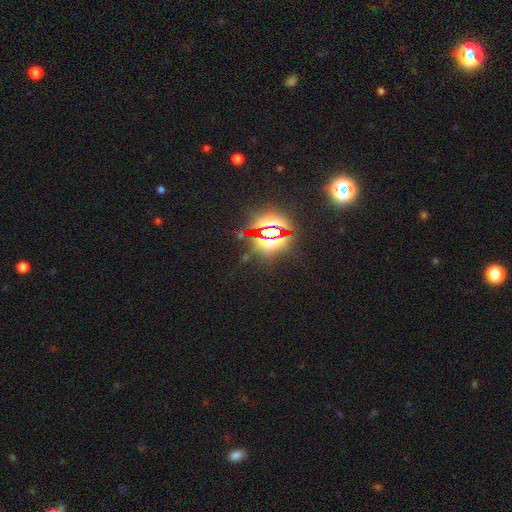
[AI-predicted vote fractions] Overall: star or artifact (83%).